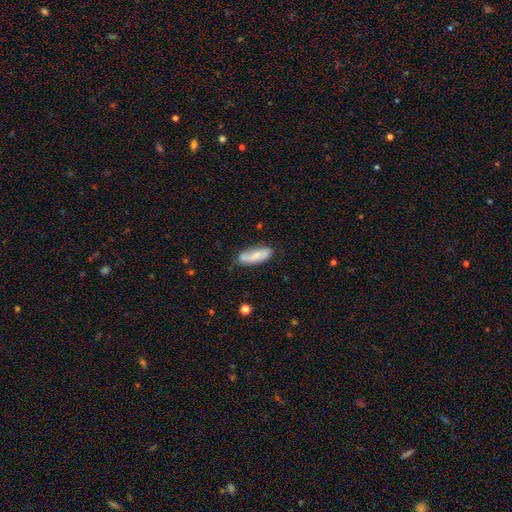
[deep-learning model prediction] smooth 63%, featured or disk 30%, star or artifact 7%. Down the decision tree: how rounded — in between (60%); merging — none (72%).